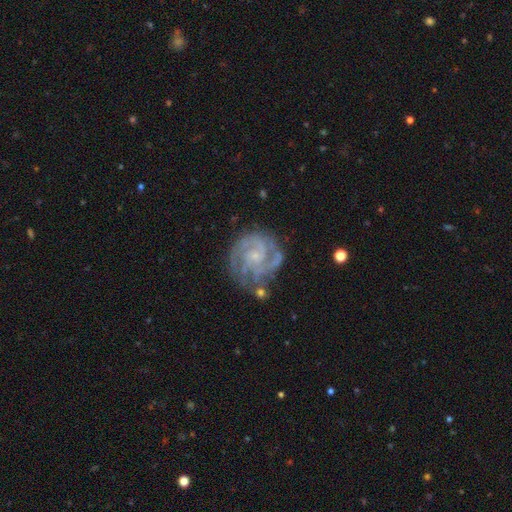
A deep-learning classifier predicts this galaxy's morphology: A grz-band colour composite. It shows a featured or disk galaxy (89%) with no bar (65%), 3 (40%) tight (66%) spiral arms (98%) and a small central bulge (76%). Merging: none (70%).